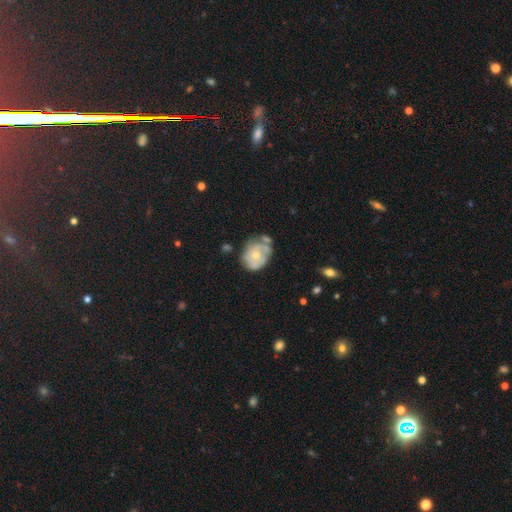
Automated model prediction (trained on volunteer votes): featured or disk 51%, smooth 42%, star or artifact 7%. Down the decision tree: edge-on disk — no (97%); merging — none (39%).